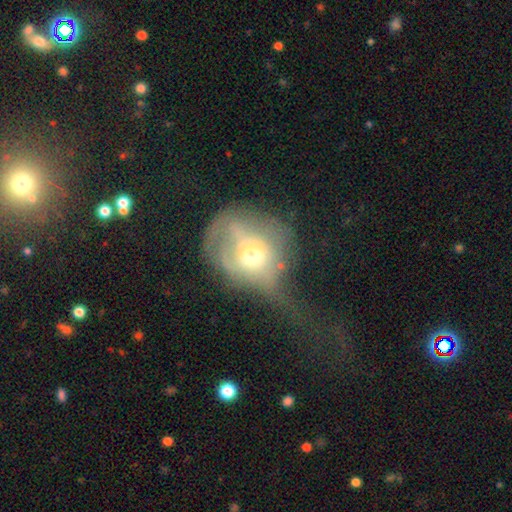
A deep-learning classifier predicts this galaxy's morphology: type=featured or disk (48%); merging=major disturbance (48%).